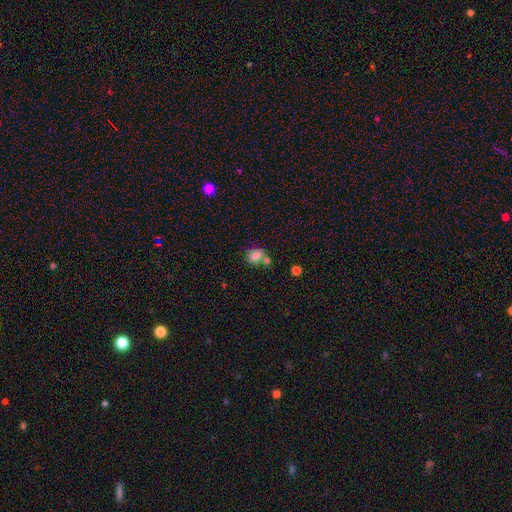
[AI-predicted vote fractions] A smooth galaxy with no disk features (81%) that is in between round and cigar-shaped (52%). Merging: none (56%).